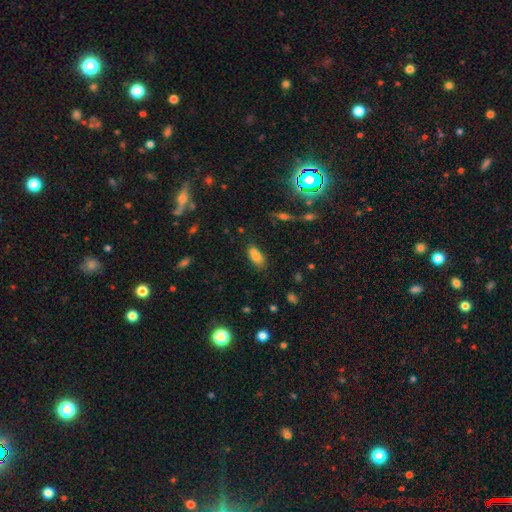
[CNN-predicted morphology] Smooth or featured? Predicted: smooth (p=0.76). How rounded? Predicted: in between (p=0.86). Merging? Predicted: none (p=0.64).